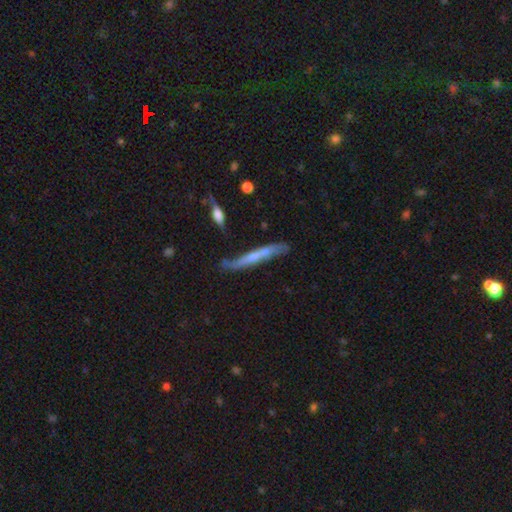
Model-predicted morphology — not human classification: This appears to be a featured or disk galaxy (55%) viewed edge-on (79%). Merging: none (62%).